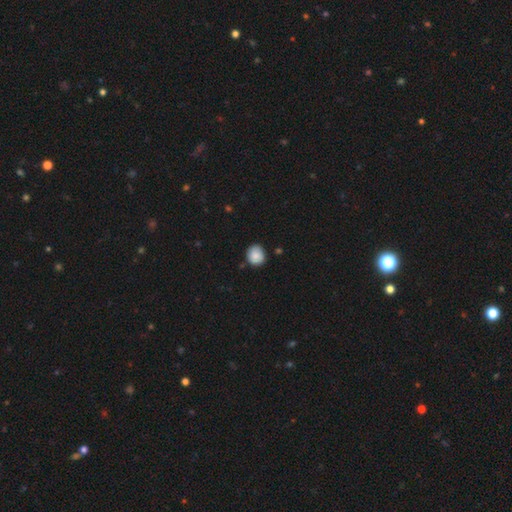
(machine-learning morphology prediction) smooth_or_featured: smooth (p=0.86) [alt: star or artifact p=0.08]
how_rounded: round (p=0.81) [alt: in between p=0.18]
merging: none (p=0.80) [alt: minor disturbance p=0.16]